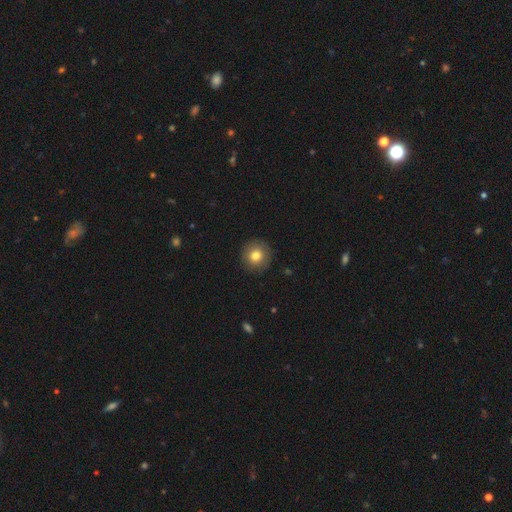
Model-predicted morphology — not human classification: Smooth or featured? Predicted: smooth (p=0.80). How rounded? Predicted: round (p=0.94). Merging? Predicted: none (p=0.91).